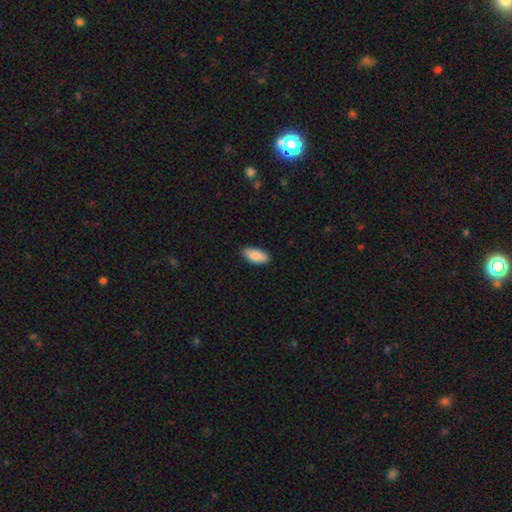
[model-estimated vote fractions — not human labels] This is clearly a smooth galaxy (89%). How rounded: clearly in between (90%). Merging: clearly none (87%).